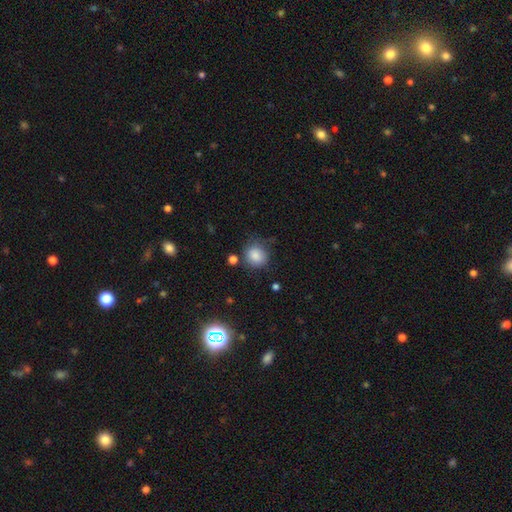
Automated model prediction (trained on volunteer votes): smooth_or_featured: smooth (p=0.83) [alt: star or artifact p=0.10]
how_rounded: round (p=0.83) [alt: in between p=0.16]
merging: none (p=0.73) [alt: minor disturbance p=0.17]